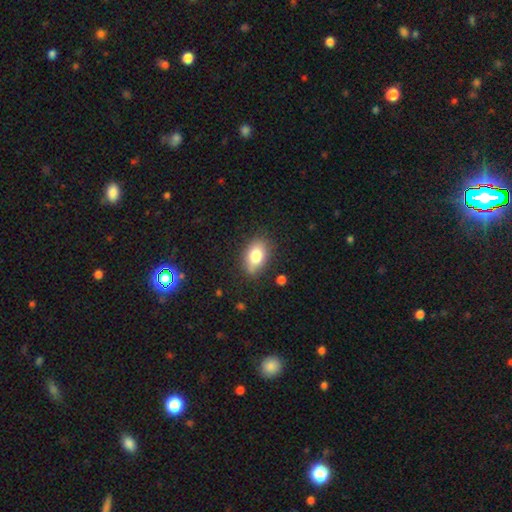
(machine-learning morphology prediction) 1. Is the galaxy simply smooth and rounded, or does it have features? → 78% smooth, 14% featured or disk, 9% star or artifact.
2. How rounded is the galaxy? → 84% in between, 13% round, 2% cigar-shaped.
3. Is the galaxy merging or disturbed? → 79% none, 16% minor disturbance, 3% major disturbance, 2% merger.